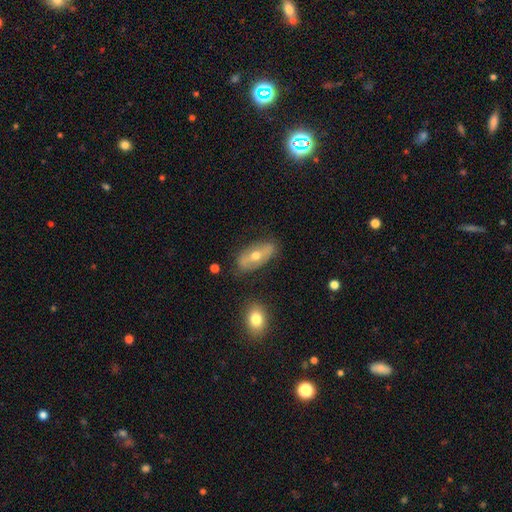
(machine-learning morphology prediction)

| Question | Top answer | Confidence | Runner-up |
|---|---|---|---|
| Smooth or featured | featured or disk | 53% | smooth (39%) |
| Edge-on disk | no | 80% | yes (20%) |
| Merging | none | 77% | minor disturbance (16%) |